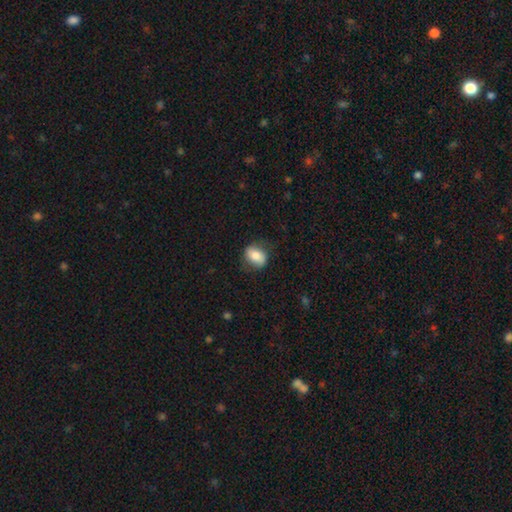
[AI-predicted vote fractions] Smooth or featured? Predicted: smooth (p=0.72). How rounded? Predicted: in between (p=0.71). Merging? Predicted: none (p=0.73).